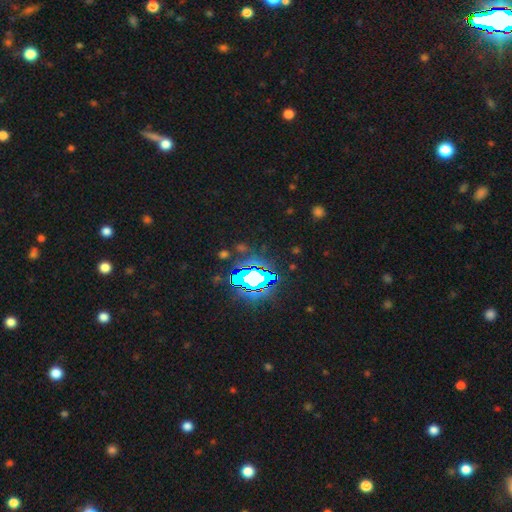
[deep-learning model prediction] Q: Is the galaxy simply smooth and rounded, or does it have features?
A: star or artifact — 82%.